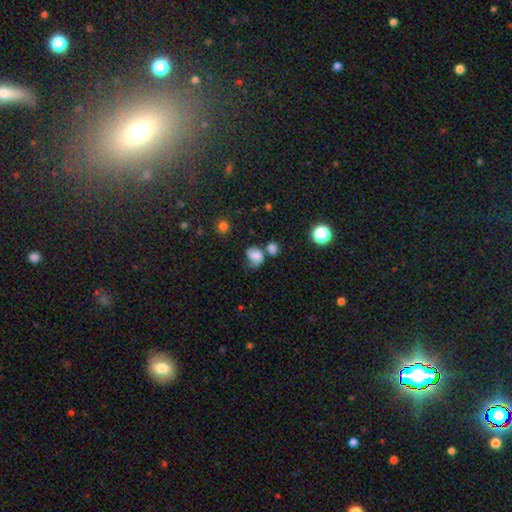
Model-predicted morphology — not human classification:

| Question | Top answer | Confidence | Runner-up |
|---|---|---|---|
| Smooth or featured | smooth | 61% | featured or disk (26%) |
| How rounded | in between | 54% | round (45%) |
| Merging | none | 34% | minor disturbance (24%) |